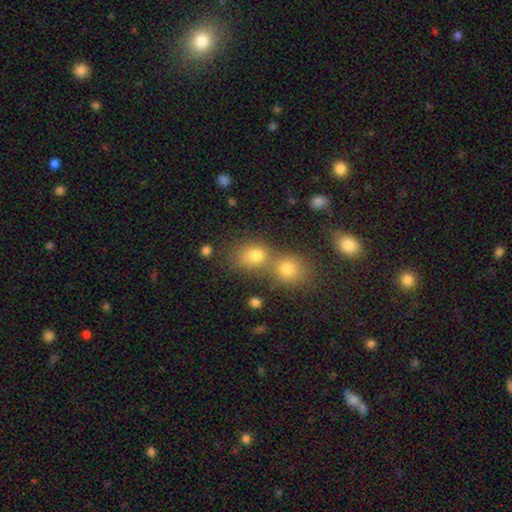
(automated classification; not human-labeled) This is likely a smooth galaxy (76%). How rounded: possibly round (58%). Merging: possibly merger (48%).